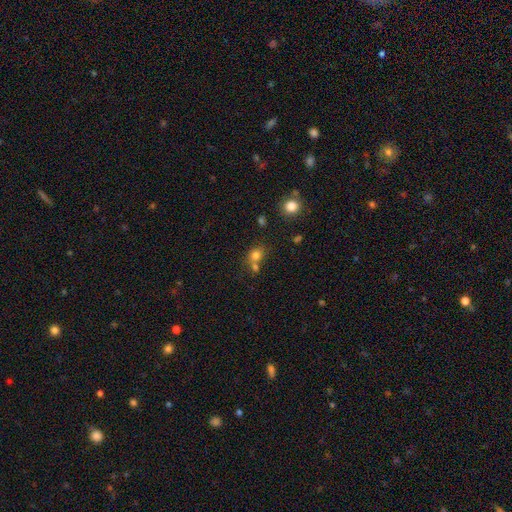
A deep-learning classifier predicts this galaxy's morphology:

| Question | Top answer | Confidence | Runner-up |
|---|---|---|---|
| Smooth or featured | smooth | 76% | star or artifact (14%) |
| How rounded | round | 65% | in between (33%) |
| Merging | none | 47% | merger (38%) |